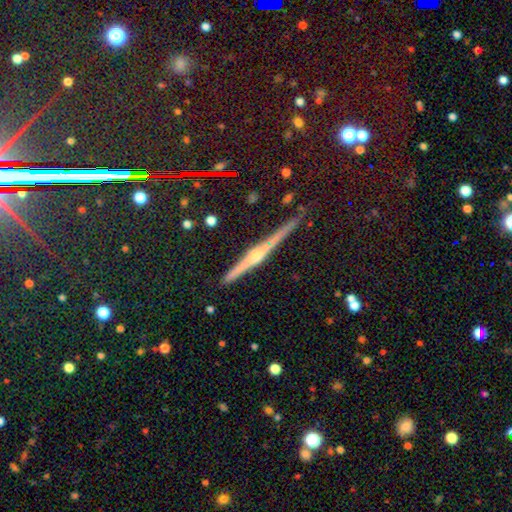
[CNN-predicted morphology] Q: Smooth or featured?
A: featured or disk (73%); runner-up: star or artifact (15%)
Q: Edge-on disk?
A: yes (97%); runner-up: no (3%)
Q: Edge-on bulge?
A: rounded (77%); runner-up: boxy (11%)
Q: Merging?
A: none (87%); runner-up: minor disturbance (9%)